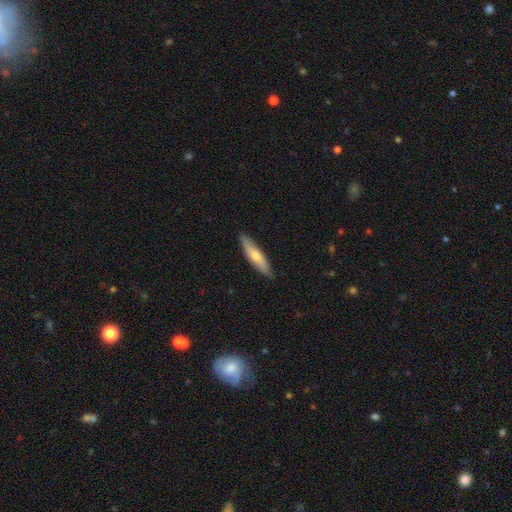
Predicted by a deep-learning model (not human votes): This appears to be a smooth galaxy with no disk features (61%) that is cigar-shaped (76%). Merging: none (87%).